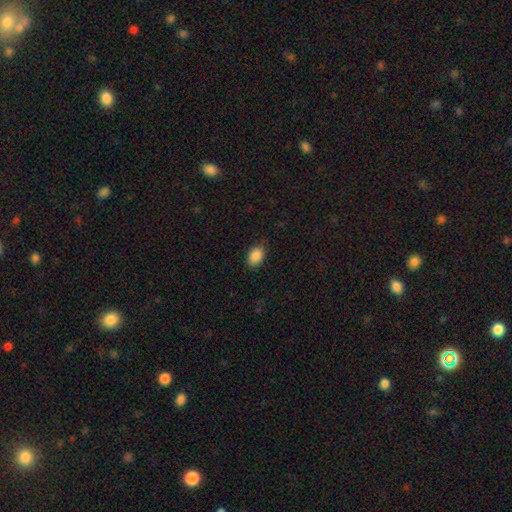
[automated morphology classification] Smooth or featured? Predicted: smooth (p=0.89). How rounded? Predicted: in between (p=0.86). Merging? Predicted: none (p=0.80).